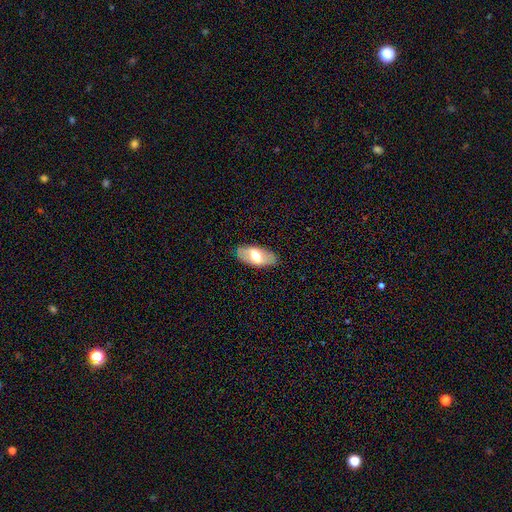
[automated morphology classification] smooth 52%, featured or disk 41%, star or artifact 6%. Down the decision tree: how rounded — in between (91%); merging — none (85%).